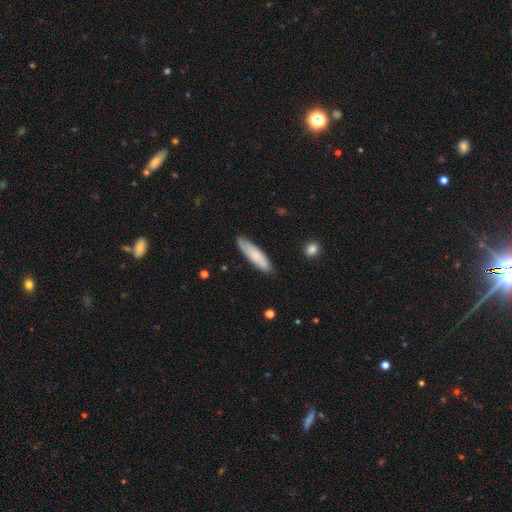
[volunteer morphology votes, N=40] smooth-or-featured: smooth: 68% | featured or disk: 25% | star or artifact: 8%
  how-rounded: cigar-shaped: 63% | in between: 33% | round: 4%
  merging: none: 78% | minor disturbance: 14% | major disturbance: 5% | merger: 3%